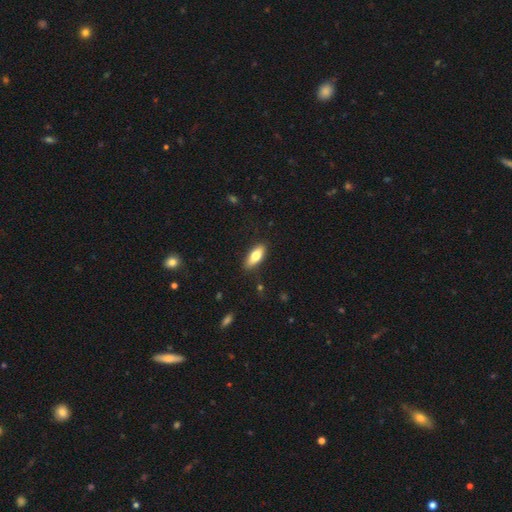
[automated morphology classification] type=smooth (72%); roundness=in between (74%); merging=none (87%).